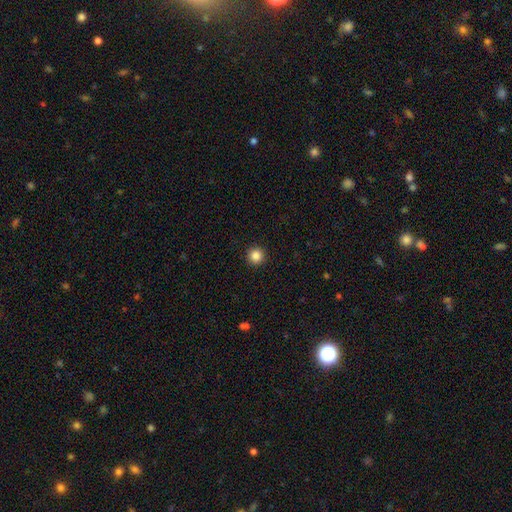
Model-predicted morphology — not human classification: Smooth or featured? Predicted: smooth (p=0.86). How rounded? Predicted: round (p=0.96). Merging? Predicted: none (p=0.93).